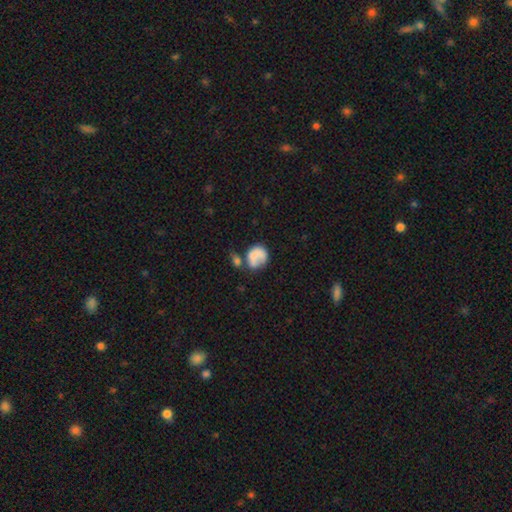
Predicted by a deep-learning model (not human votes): Morphology: type=smooth (67%); roundness=round (60%); merging=none (33%).